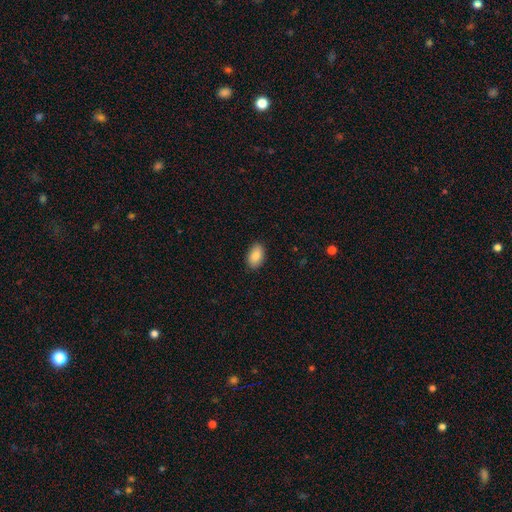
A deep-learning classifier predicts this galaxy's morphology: Smooth or featured? smooth (88%)
How rounded? in between (92%)
Merging? none (88%)